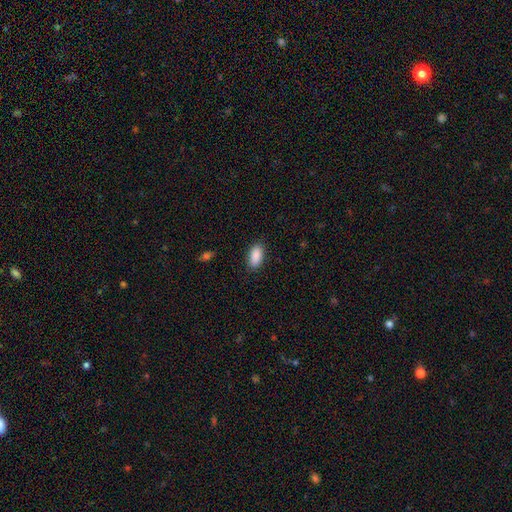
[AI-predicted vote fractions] This appears to be a smooth galaxy with no disk features (90%) that is in between round and cigar-shaped (92%). Merging: none (86%).